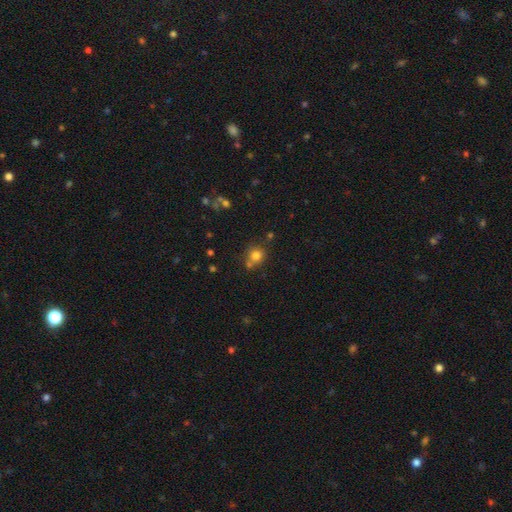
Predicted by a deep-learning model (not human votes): The model was most divided on "merging": none: 61%, merger: 22%, minor disturbance: 13%, major disturbance: 4%. More confident: how rounded — round (80%); smooth or featured — smooth (78%).